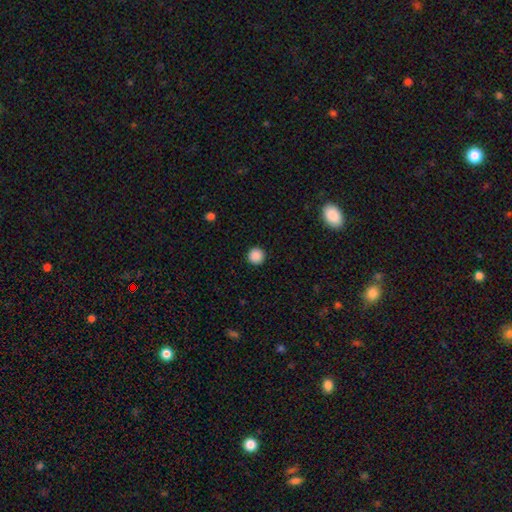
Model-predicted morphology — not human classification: This appears to be a smooth galaxy with no disk features (88%) that is round (96%). Merging: none (93%).